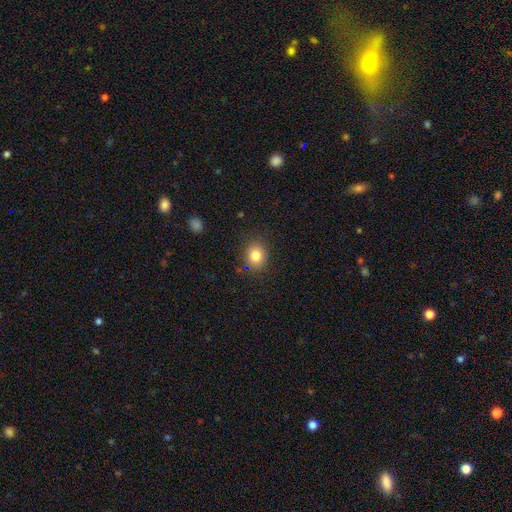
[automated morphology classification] Smooth or featured: smooth — 82% (star or artifact — 11%)
How rounded: round — 69% (in between — 31%)
Merging: none — 87% (minor disturbance — 9%)